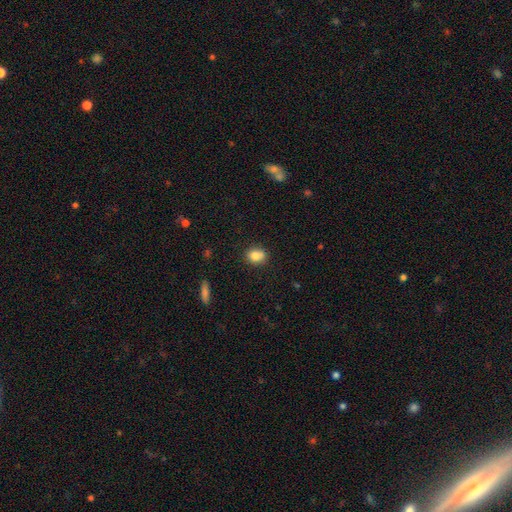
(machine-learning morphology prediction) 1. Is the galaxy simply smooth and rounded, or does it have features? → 83% smooth, 9% star or artifact, 7% featured or disk.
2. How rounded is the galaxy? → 56% in between, 43% round, 2% cigar-shaped.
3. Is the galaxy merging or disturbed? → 81% none, 12% minor disturbance, 4% merger, 3% major disturbance.